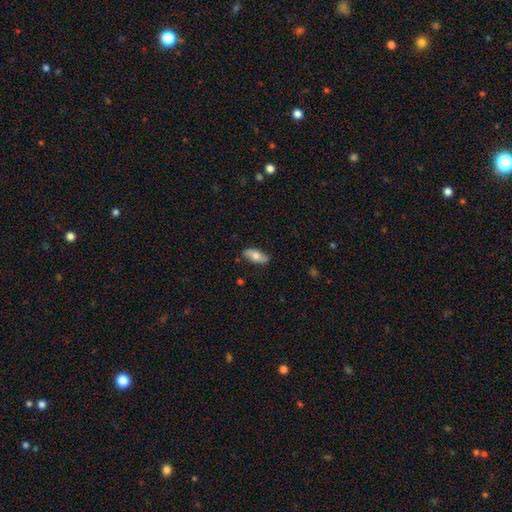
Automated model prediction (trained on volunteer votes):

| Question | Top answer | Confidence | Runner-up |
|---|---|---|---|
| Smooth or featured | smooth | 64% | featured or disk (29%) |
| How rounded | in between | 83% | cigar-shaped (14%) |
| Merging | none | 82% | minor disturbance (14%) |